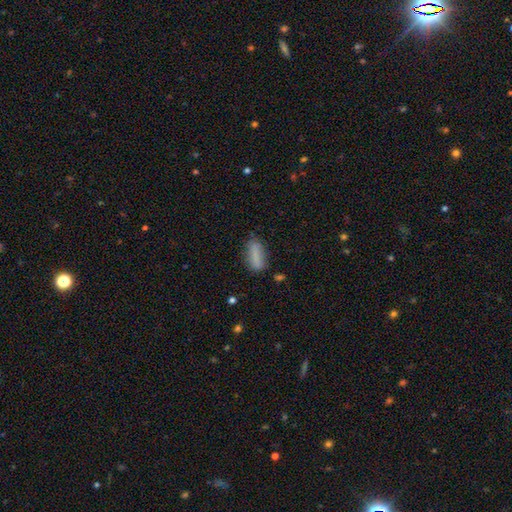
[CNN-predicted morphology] Smooth or featured? smooth (78%)
How rounded? in between (63%)
Merging? none (72%)